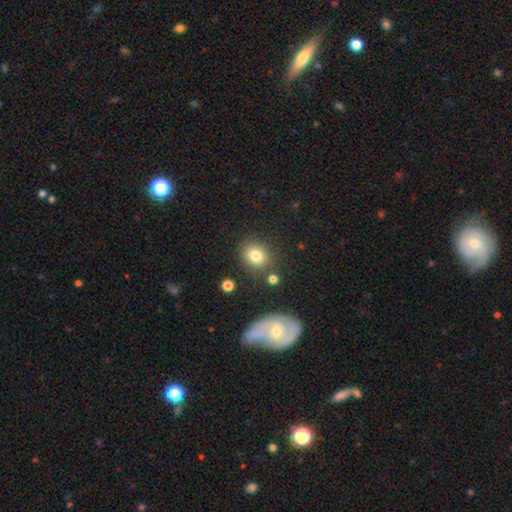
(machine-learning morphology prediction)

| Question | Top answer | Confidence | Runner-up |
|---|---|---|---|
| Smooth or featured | smooth | 79% | star or artifact (12%) |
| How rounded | round | 65% | in between (34%) |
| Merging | none | 79% | minor disturbance (11%) |